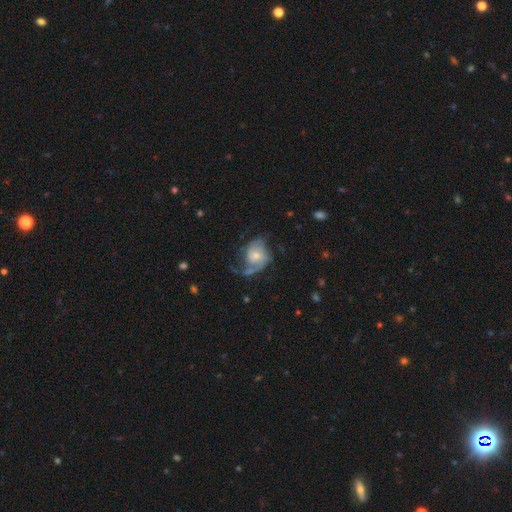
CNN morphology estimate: smooth-or-featured: featured or disk: 69% | smooth: 25% | star or artifact: 7%
  disk-edge-on: no: 97% | yes: 3%
    bar: no: 72% | weak: 24% | strong: 4%
    has-spiral-arms: yes: 87% | no: 13%
      spiral-winding: loose: 45% | medium: 37% | tight: 19%
      spiral-arm-count: 2: 43% | 1: 34% | can't tell: 13% | 3: 6% | 4: 2% | more than 4: 2%
    bulge-size: small: 57% | moderate: 35% | none: 3% | large: 3% | dominant: 1%
  merging: none: 37% | major disturbance: 36% | minor disturbance: 23% | merger: 4%